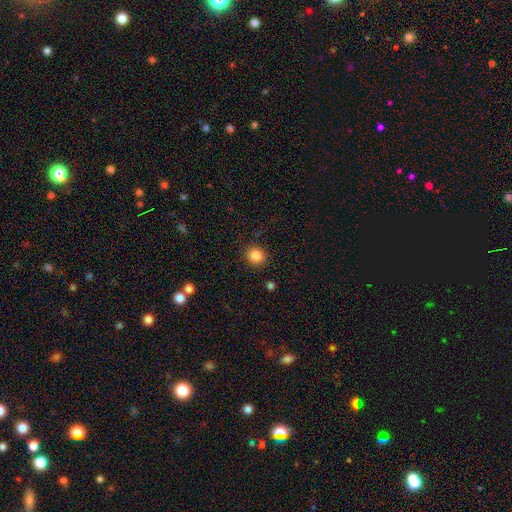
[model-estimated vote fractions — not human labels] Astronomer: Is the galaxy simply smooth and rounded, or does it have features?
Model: smooth — 86%.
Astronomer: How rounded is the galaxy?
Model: round — 88%.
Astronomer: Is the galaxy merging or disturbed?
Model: none — 88%.